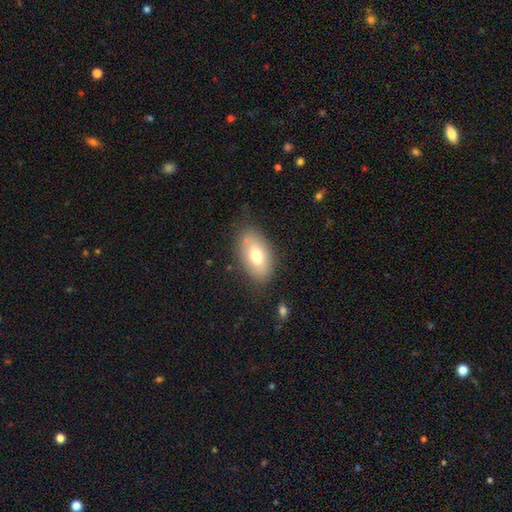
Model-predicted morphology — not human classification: This is likely a smooth galaxy (71%). How rounded: clearly in between (92%). Merging: likely none (77%).